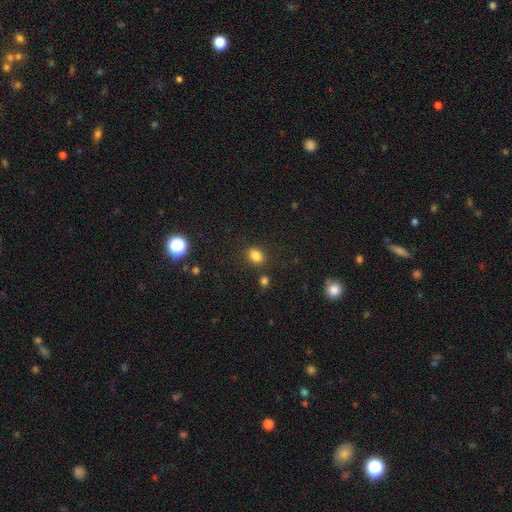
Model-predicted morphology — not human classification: Smooth or featured?
  - smooth: 82% *
  - star or artifact: 13%
  - featured or disk: 5%
How rounded?
  - in between: 68% *
  - round: 30%
  - cigar-shaped: 2%
Merging?
  - none: 80% *
  - minor disturbance: 11%
  - merger: 6%
  - major disturbance: 3%